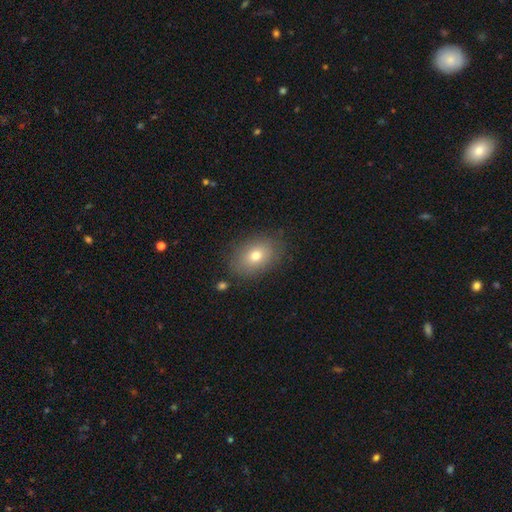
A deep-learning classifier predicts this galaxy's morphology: A smooth galaxy with no disk features (73%) that is in between round and cigar-shaped (75%). Merging: none (84%).